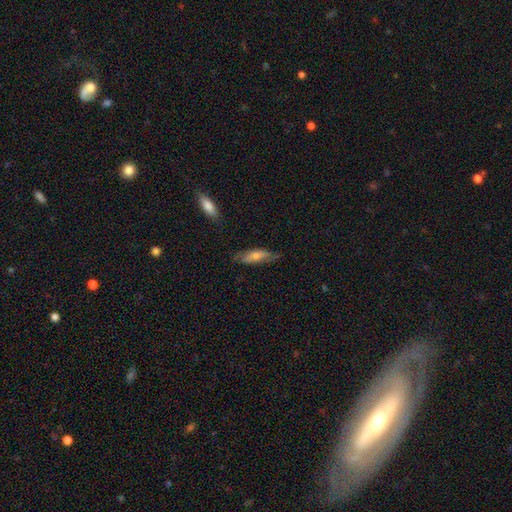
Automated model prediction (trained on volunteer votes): Smooth or featured? Predicted: smooth (p=0.53). How rounded? Predicted: cigar-shaped (p=0.58). Merging? Predicted: none (p=0.70).